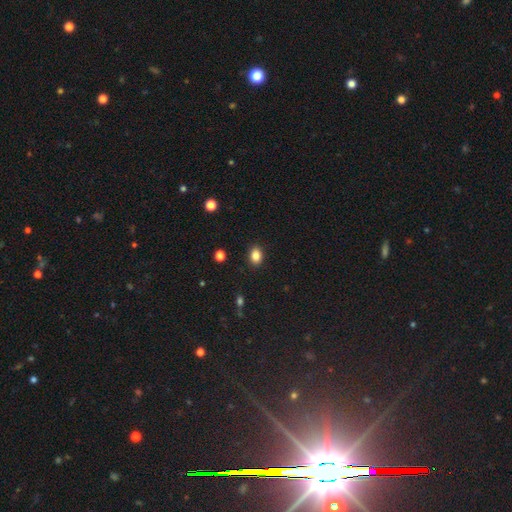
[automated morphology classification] This is clearly a smooth galaxy (85%). How rounded: likely in between (64%). Merging: clearly none (89%).